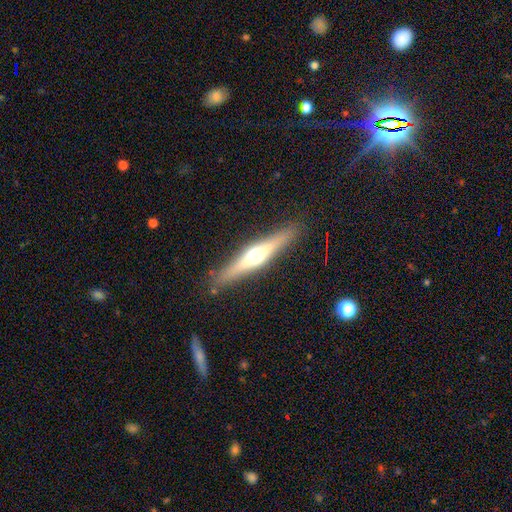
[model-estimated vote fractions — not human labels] smooth-or-featured: featured or disk: 64% | smooth: 29% | star or artifact: 7%
  disk-edge-on: yes: 95% | no: 5%
    edge-on-bulge: rounded: 93% | boxy: 4% | none: 3%
  merging: none: 88% | minor disturbance: 8% | major disturbance: 2% | merger: 1%